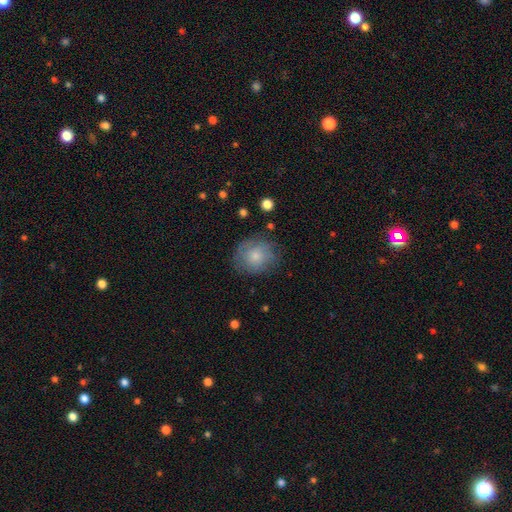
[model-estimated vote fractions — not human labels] Smooth or featured? Predicted: smooth (p=0.70). How rounded? Predicted: round (p=0.78). Merging? Predicted: none (p=0.73).